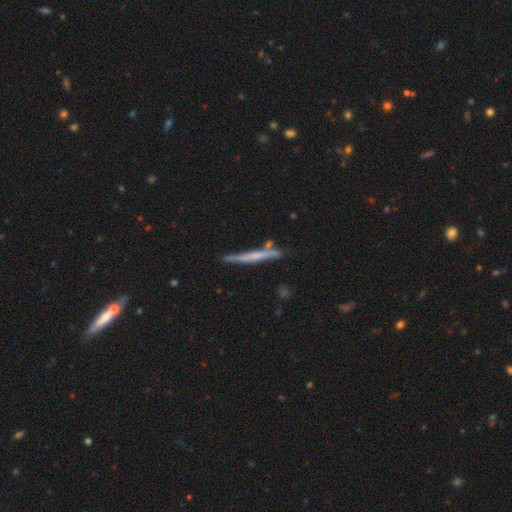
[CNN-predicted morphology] smooth_or_featured: featured or disk (p=0.54) [alt: smooth p=0.39]
disk_edge_on: yes (p=0.96) [alt: no p=0.04]
edge_on_bulge: none (p=0.62) [alt: rounded p=0.30]
merging: none (p=0.79) [alt: minor disturbance p=0.13]